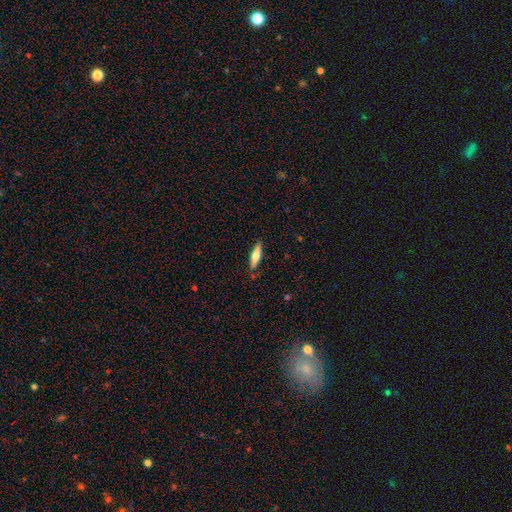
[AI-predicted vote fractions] Smooth or featured? Predicted: smooth (p=0.61). How rounded? Predicted: cigar-shaped (p=0.69). Merging? Predicted: none (p=0.85).